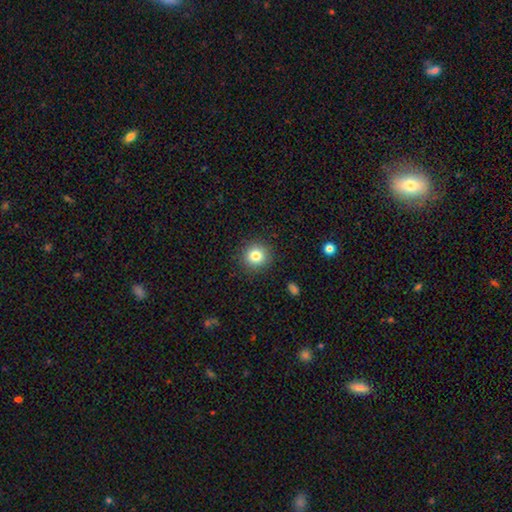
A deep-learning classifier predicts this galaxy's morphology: A smooth galaxy with no disk features (81%) that is round (92%). Merging: none (90%).